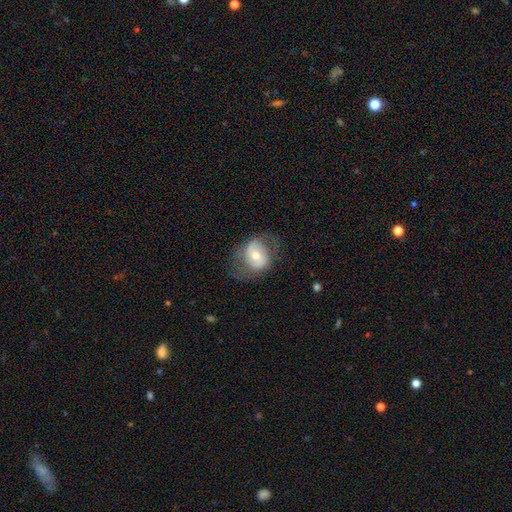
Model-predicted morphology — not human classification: smooth_or_featured: featured or disk (p=0.48) [alt: smooth p=0.44]
merging: none (p=0.58) [alt: minor disturbance p=0.23]